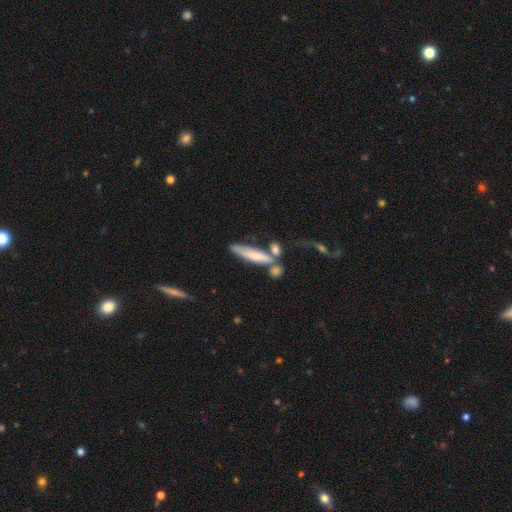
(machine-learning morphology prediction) Q: Smooth or featured?
A: smooth (60%); runner-up: featured or disk (33%)
Q: How rounded?
A: cigar-shaped (78%); runner-up: in between (20%)
Q: Merging?
A: none (45%); runner-up: merger (29%)